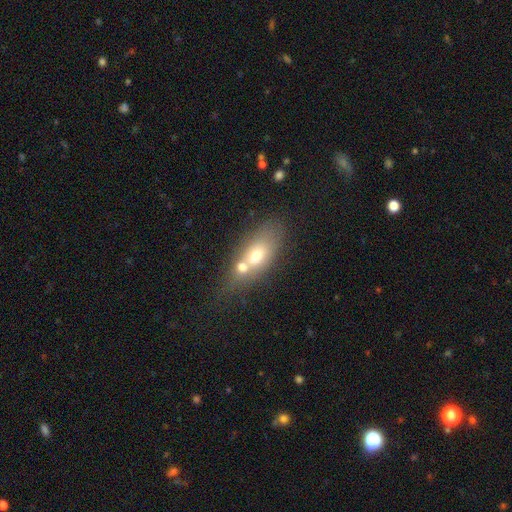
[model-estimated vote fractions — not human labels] Smooth or featured? Predicted: smooth (p=0.59). How rounded? Predicted: in between (p=0.74). Merging? Predicted: merger (p=0.51).